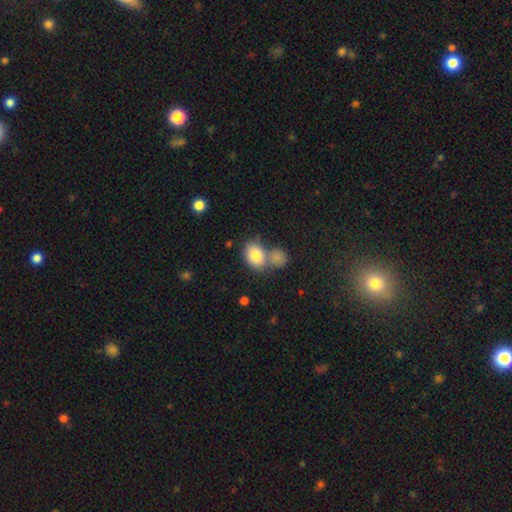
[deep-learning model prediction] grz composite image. It shows a smooth galaxy with no disk features (81%) that is in between round and cigar-shaped (72%). Merging: none (42%).